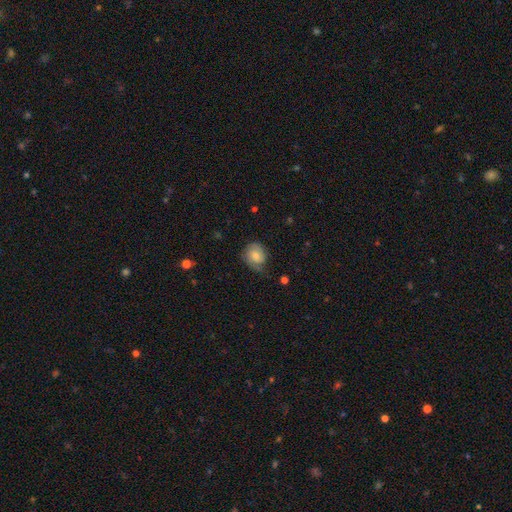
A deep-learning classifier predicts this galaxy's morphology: type=smooth (60%); roundness=round (64%); merging=none (54%).